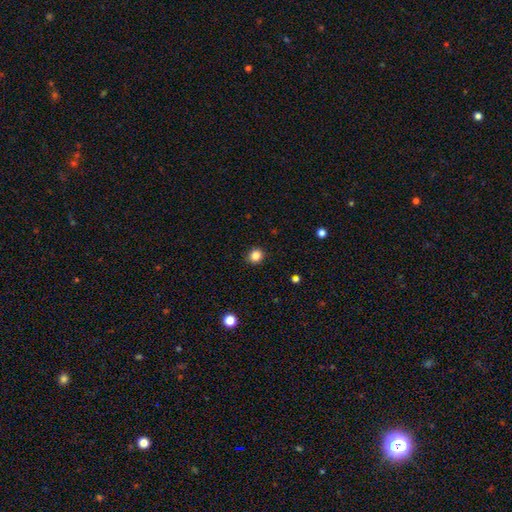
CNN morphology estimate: Overall: smooth (85%). How rounded: round (87%). Merging: none (91%).